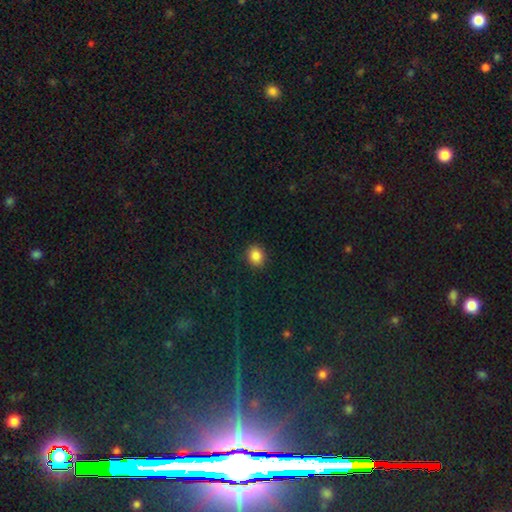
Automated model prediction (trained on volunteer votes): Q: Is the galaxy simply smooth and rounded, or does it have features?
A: smooth — 86%.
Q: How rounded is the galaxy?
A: round — 61%.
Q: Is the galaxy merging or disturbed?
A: none — 89%.